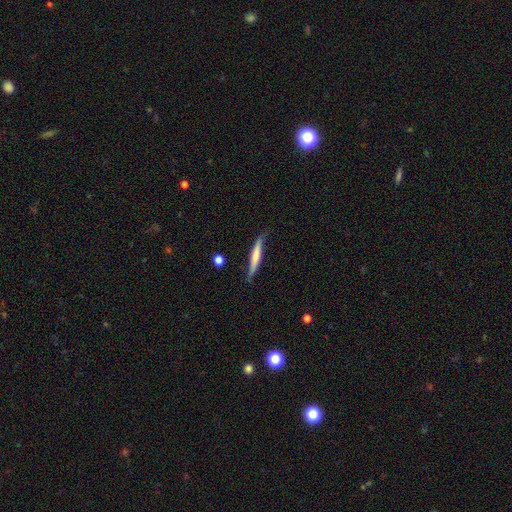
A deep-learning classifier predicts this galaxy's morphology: A smooth galaxy with no disk features (56%) that is cigar-shaped (93%). Merging: none (70%).